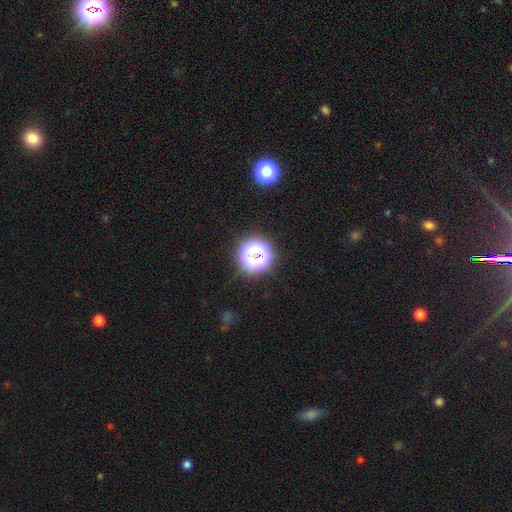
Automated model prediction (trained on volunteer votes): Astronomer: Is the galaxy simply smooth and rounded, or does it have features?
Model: star or artifact — 56% (runner-up: smooth, 33%).